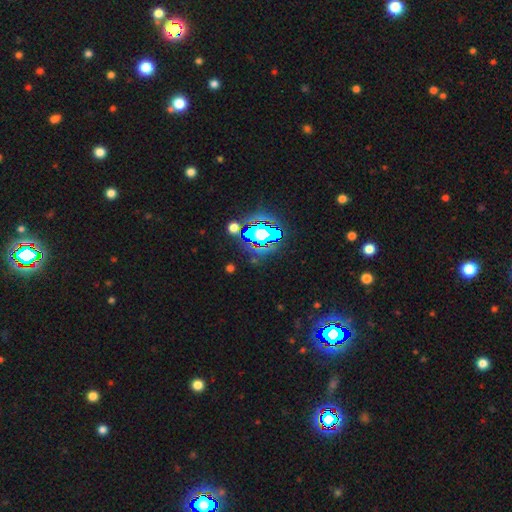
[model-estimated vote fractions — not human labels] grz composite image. It shows a star or artifact, not a galaxy (83%).